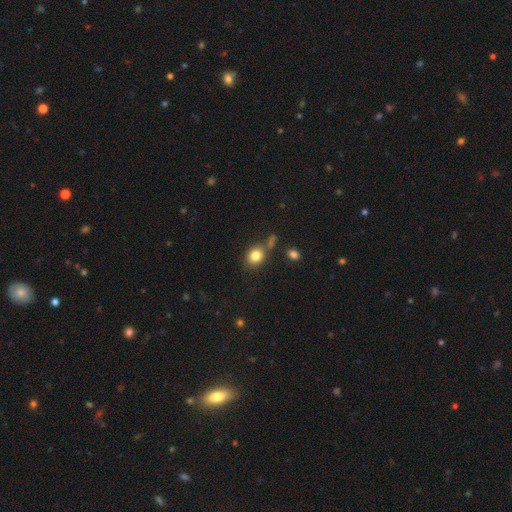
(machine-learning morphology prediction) A smooth galaxy with no disk features (82%) that is round (59%). Merging: none (68%).